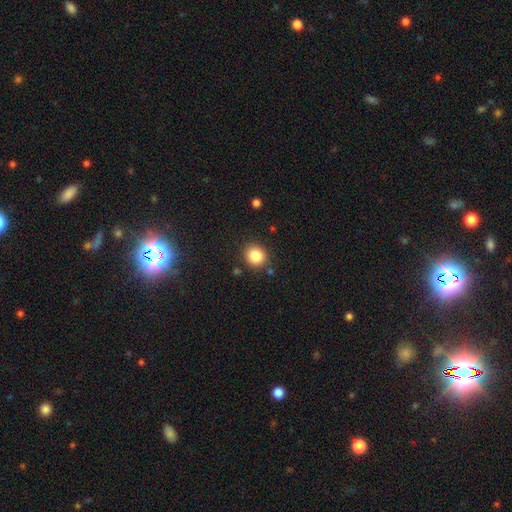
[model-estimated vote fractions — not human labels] This is clearly a smooth galaxy (85%). How rounded: clearly round (81%). Merging: clearly none (86%).